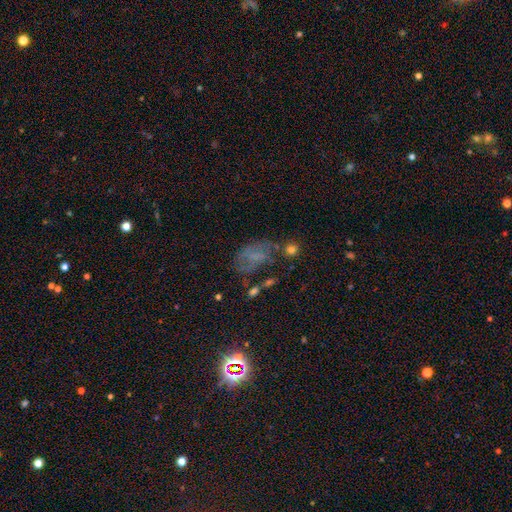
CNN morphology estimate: This appears to be a featured or disk galaxy (37%). Merging: none (40%).